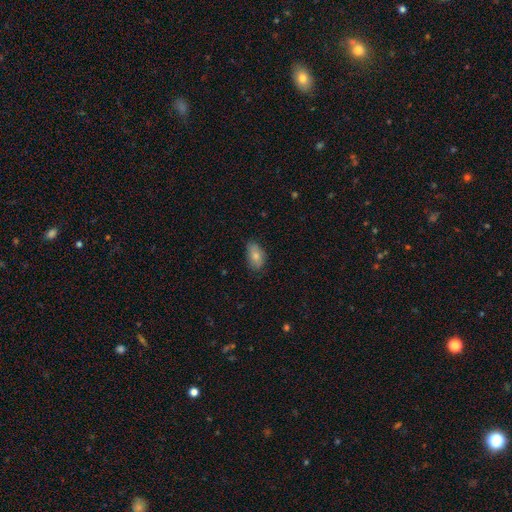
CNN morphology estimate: Smooth or featured: smooth — 78% (featured or disk — 14%)
How rounded: in between — 91% (round — 6%)
Merging: none — 73% (minor disturbance — 22%)